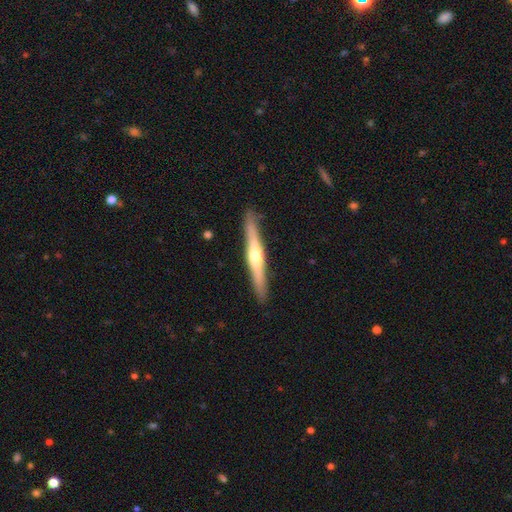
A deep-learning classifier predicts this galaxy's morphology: smooth-or-featured: featured or disk: 66% | smooth: 29% | star or artifact: 5%
  disk-edge-on: yes: 96% | no: 4%
    edge-on-bulge: rounded: 89% | none: 7% | boxy: 4%
  merging: none: 90% | minor disturbance: 8% | major disturbance: 2% | merger: 1%